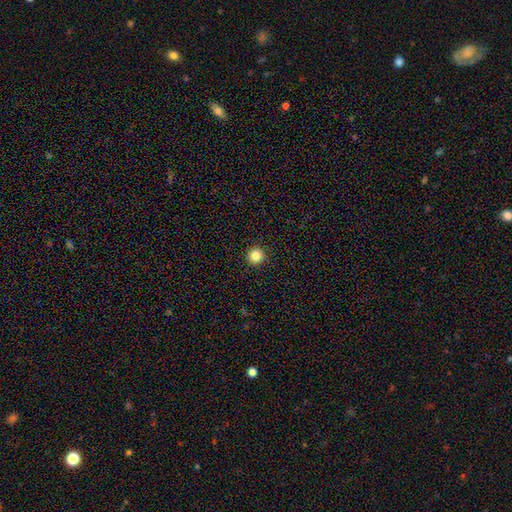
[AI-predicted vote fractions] A smooth galaxy with no disk features (85%) that is round (95%).

Vote fractions:
- Smooth or featured? smooth: 85% / star or artifact: 11% / featured or disk: 4%
- How rounded? round: 95% / in between: 4% / cigar-shaped: 1%
- Merging? none: 93% / minor disturbance: 5% / major disturbance: 2% / merger: 1%